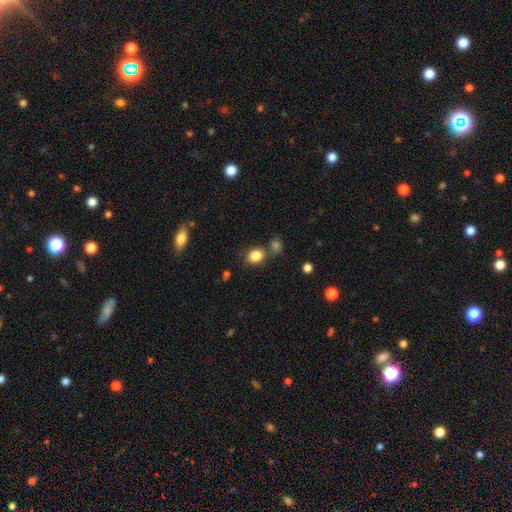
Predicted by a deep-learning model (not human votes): Smooth or featured: smooth — 84% (star or artifact — 11%)
How rounded: round — 58% (in between — 41%)
Merging: none — 70% (merger — 13%)